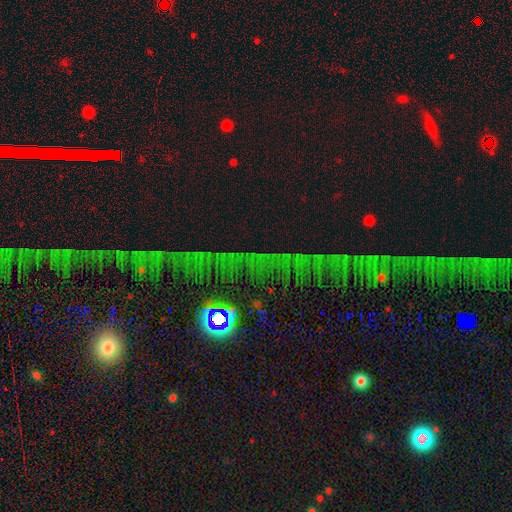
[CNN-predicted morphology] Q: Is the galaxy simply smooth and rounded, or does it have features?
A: star or artifact — 80%.